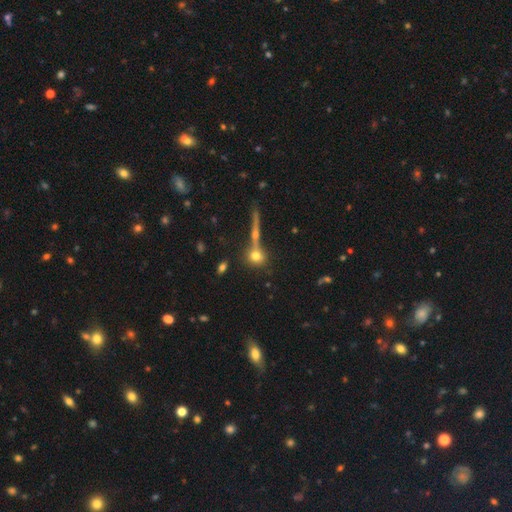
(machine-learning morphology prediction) type=smooth (69%); roundness=round (78%); merging=none (58%).